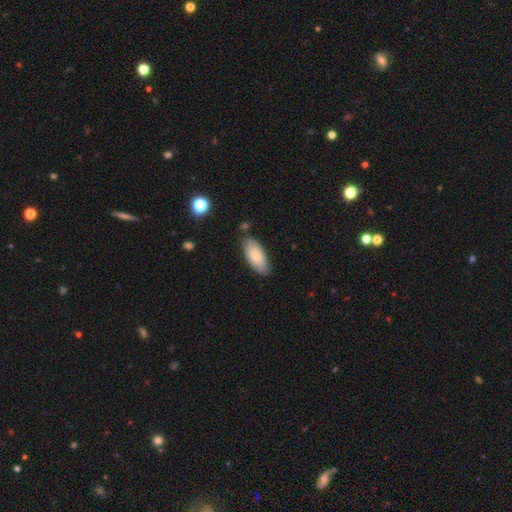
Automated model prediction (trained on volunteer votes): smooth_or_featured: smooth (p=0.78) [alt: featured or disk p=0.16]
how_rounded: in between (p=0.89) [alt: cigar-shaped p=0.09]
merging: none (p=0.79) [alt: minor disturbance p=0.15]